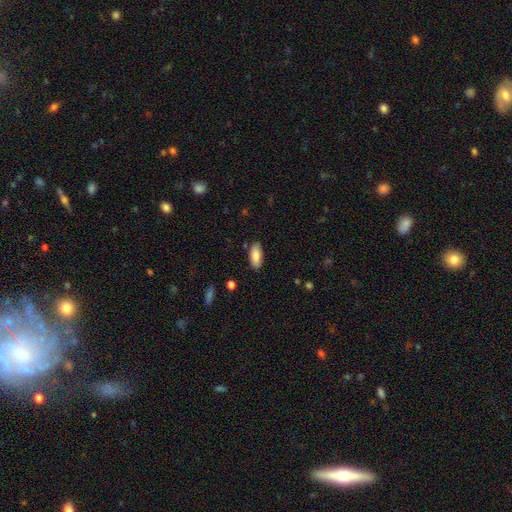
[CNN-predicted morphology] Q: Smooth or featured?
A: smooth (86%); runner-up: featured or disk (8%)
Q: How rounded?
A: in between (84%); runner-up: cigar-shaped (14%)
Q: Merging?
A: none (84%); runner-up: minor disturbance (12%)